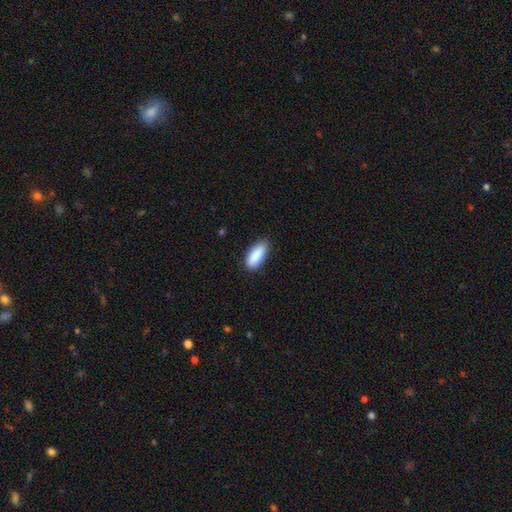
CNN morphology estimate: A smooth galaxy with no disk features (89%) that is in between round and cigar-shaped (82%). Merging: none (84%).